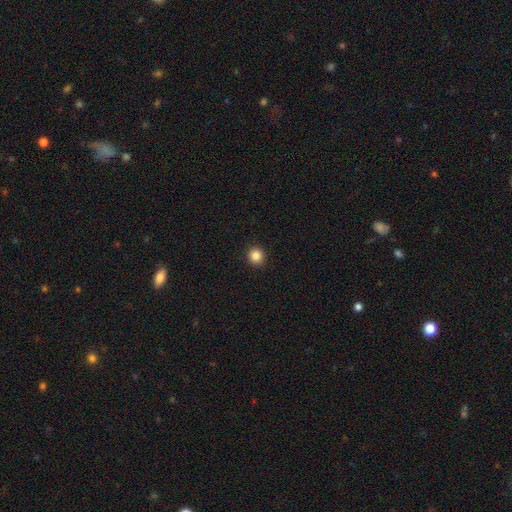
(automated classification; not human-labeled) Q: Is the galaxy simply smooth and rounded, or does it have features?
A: smooth — 85%.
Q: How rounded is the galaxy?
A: round — 93%.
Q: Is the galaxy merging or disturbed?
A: none — 93%.